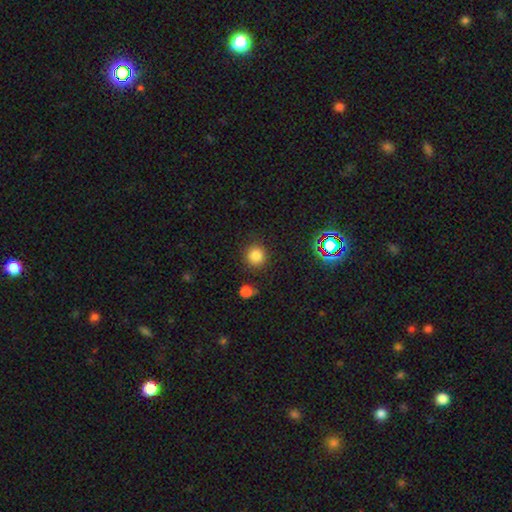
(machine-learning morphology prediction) Smooth or featured: smooth — 81% (star or artifact — 14%)
How rounded: round — 93% (in between — 6%)
Merging: none — 87% (minor disturbance — 7%)